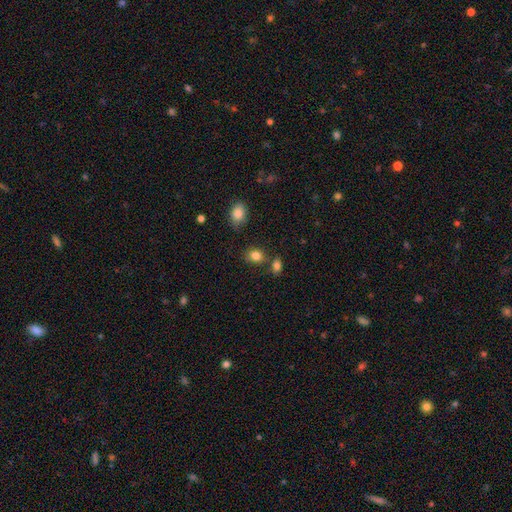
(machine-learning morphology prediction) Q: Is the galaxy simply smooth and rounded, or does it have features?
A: smooth — 84%.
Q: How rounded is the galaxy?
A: in between — 52%.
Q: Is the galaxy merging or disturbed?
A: none — 71%.